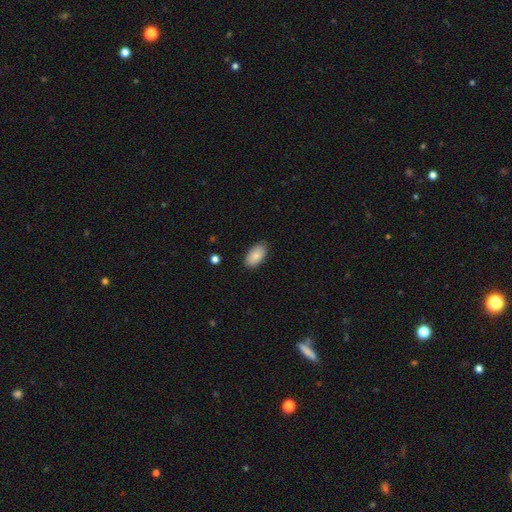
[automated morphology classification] This appears to be a smooth galaxy with no disk features (85%) that is in between round and cigar-shaped (95%). Merging: none (84%).